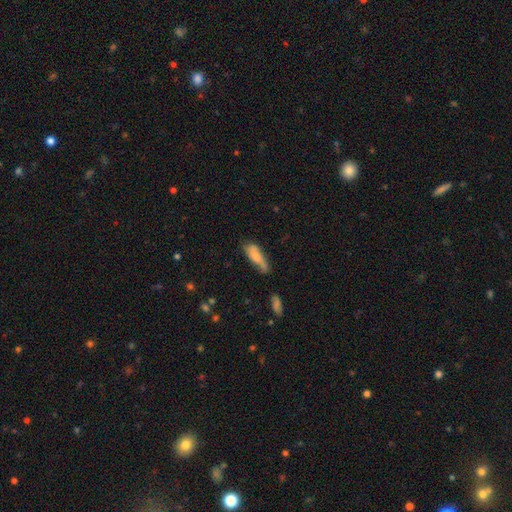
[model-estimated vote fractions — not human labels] Smooth or featured? smooth (73%)
How rounded? in between (53%)
Merging? none (41%)